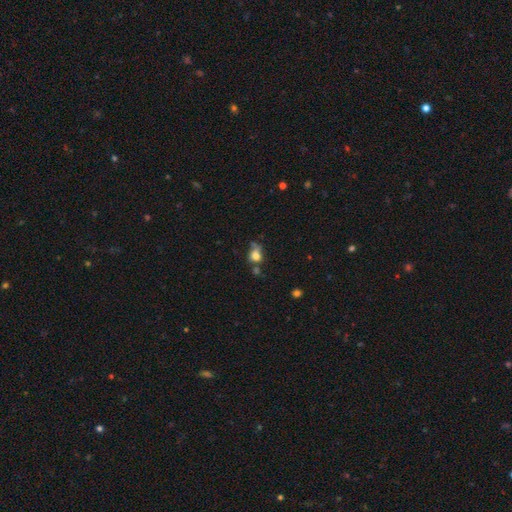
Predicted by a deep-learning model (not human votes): Smooth or featured? Predicted: smooth (p=0.74). How rounded? Predicted: round (p=0.53). Merging? Predicted: none (p=0.39).